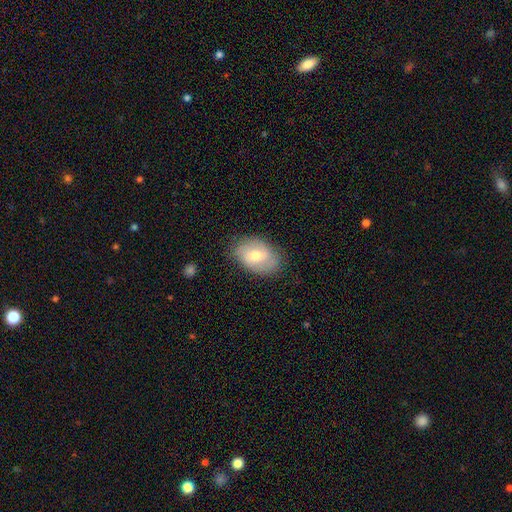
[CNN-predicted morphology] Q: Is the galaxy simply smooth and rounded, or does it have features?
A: smooth — 51%.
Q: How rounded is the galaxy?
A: in between — 79%.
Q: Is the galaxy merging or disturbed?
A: none — 76%.